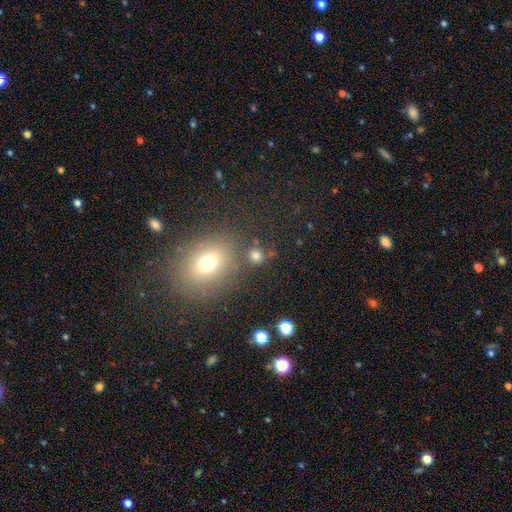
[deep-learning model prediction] smooth-or-featured: smooth: 75% | star or artifact: 18% | featured or disk: 7%
  how-rounded: round: 84% | in between: 14% | cigar-shaped: 1%
  merging: none: 75% | merger: 11% | minor disturbance: 9% | major disturbance: 4%